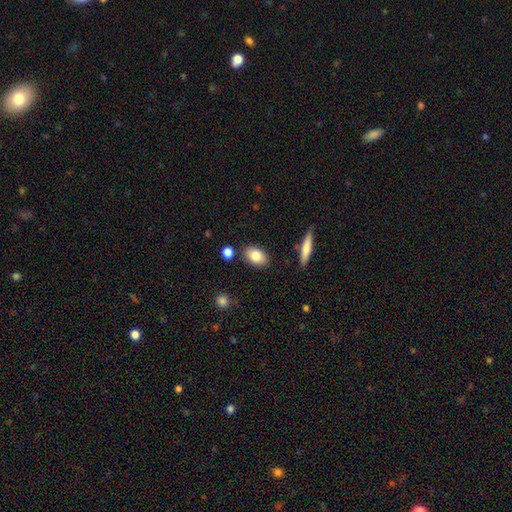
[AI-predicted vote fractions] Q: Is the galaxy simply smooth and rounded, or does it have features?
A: smooth — 83%.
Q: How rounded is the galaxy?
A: in between — 88%.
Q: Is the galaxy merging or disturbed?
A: none — 83%.